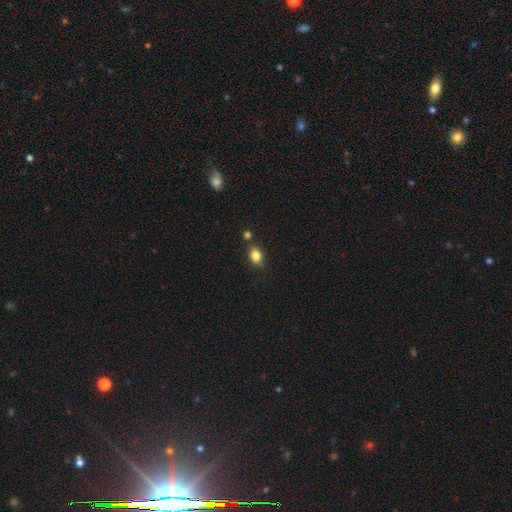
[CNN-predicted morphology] smooth 81%, star or artifact 10%, featured or disk 9%. Down the decision tree: how rounded — in between (74%); merging — none (70%).